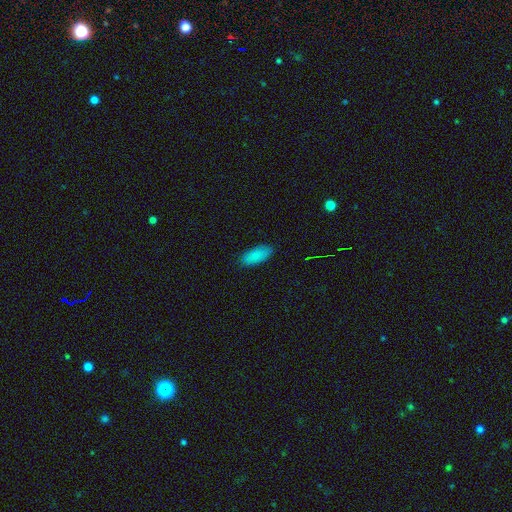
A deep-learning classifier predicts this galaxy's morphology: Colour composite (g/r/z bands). It shows a smooth galaxy with no disk features (87%) that is in between round and cigar-shaped (86%). Merging: none (87%).